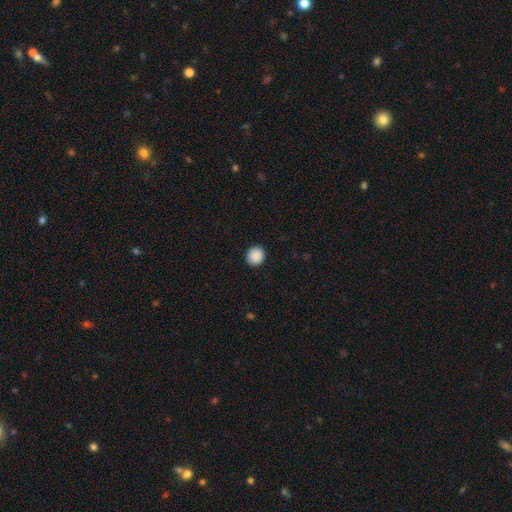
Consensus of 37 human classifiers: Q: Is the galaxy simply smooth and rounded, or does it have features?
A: smooth — 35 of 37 (95%).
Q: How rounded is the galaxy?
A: round — 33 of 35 (94%).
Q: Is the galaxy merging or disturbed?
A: none — 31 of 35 (89%).